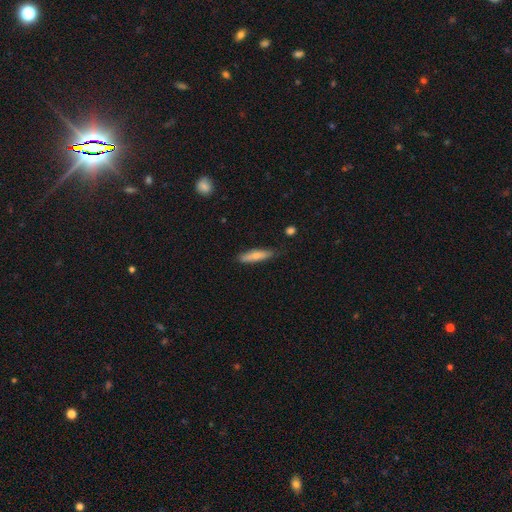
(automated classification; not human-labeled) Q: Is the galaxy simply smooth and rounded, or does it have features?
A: smooth — 75%.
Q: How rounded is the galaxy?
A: cigar-shaped — 74%.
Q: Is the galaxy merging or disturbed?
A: none — 80%.